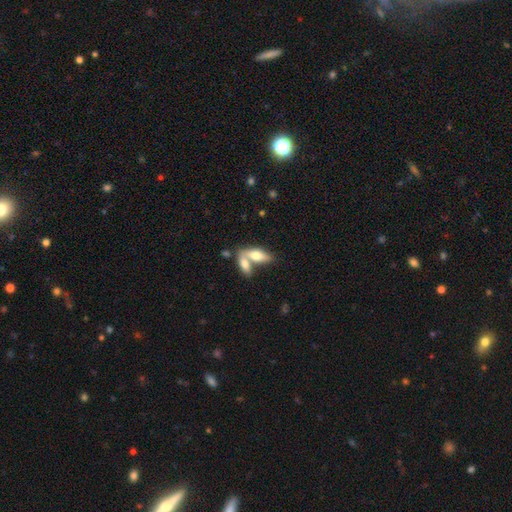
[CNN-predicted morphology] The model was most divided on "merging": merger: 61%, none: 28%, minor disturbance: 8%, major disturbance: 4%. More confident: how rounded — in between (76%); smooth or featured — smooth (69%).